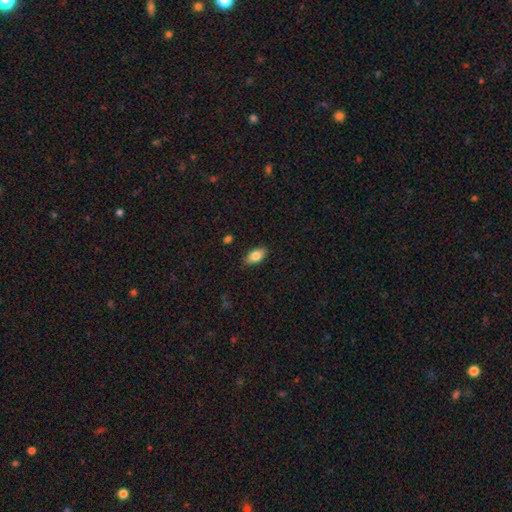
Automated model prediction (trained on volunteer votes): A smooth galaxy with no disk features (81%) that is in between round and cigar-shaped (91%).

Vote fractions:
- Smooth or featured? smooth: 81% / featured or disk: 11% / star or artifact: 7%
- How rounded? in between: 91% / cigar-shaped: 5% / round: 4%
- Merging? none: 87% / minor disturbance: 10% / major disturbance: 2% / merger: 1%